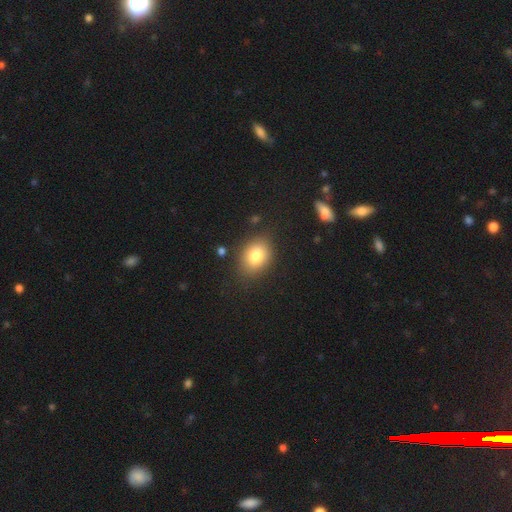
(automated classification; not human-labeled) Morphology: type=smooth (82%); roundness=in between (72%); merging=none (79%).